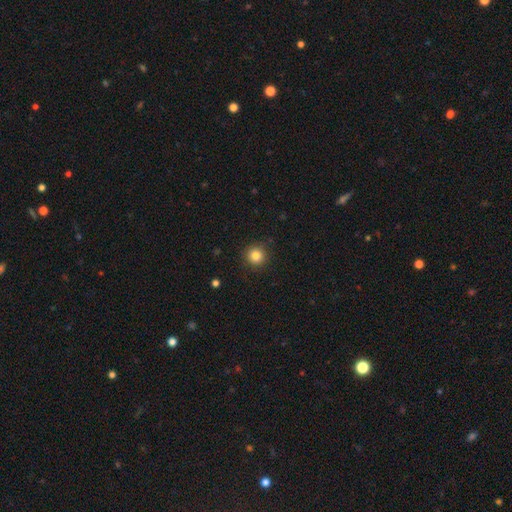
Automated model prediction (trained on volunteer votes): Morphology: type=smooth (83%); roundness=round (94%); merging=none (90%).